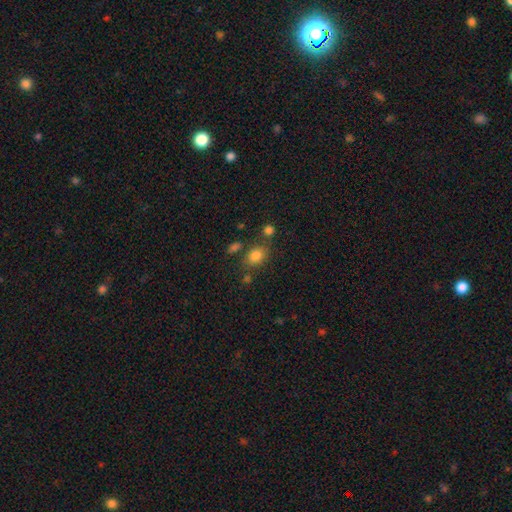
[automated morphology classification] This appears to be a smooth galaxy with no disk features (81%) that is in between round and cigar-shaped (66%). Merging: none (67%).